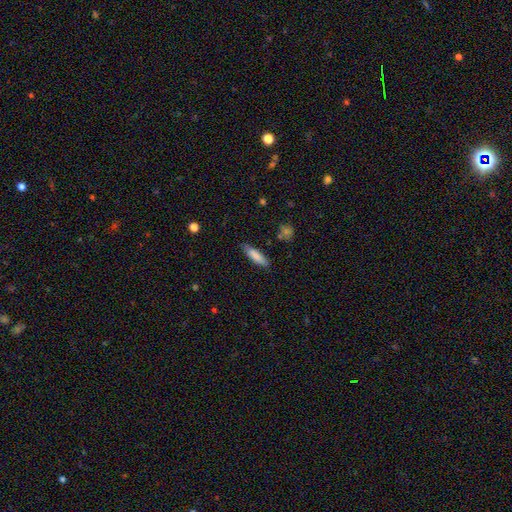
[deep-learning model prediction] Smooth or featured? smooth (83%)
How rounded? cigar-shaped (67%)
Merging? none (83%)